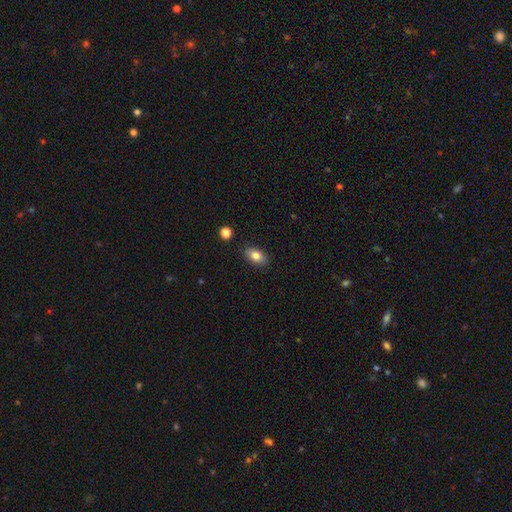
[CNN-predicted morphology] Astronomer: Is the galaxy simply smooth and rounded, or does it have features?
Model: smooth — 81%.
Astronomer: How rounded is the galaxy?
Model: in between — 88%.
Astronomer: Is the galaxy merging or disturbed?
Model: none — 87%.